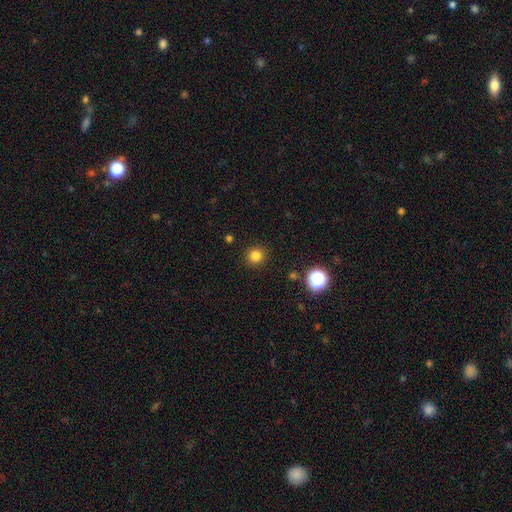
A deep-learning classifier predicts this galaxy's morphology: Smooth or featured?
  - smooth: 81% *
  - star or artifact: 14%
  - featured or disk: 4%
How rounded?
  - round: 93% *
  - in between: 6%
  - cigar-shaped: 1%
Merging?
  - none: 91% *
  - minor disturbance: 5%
  - major disturbance: 2%
  - merger: 1%